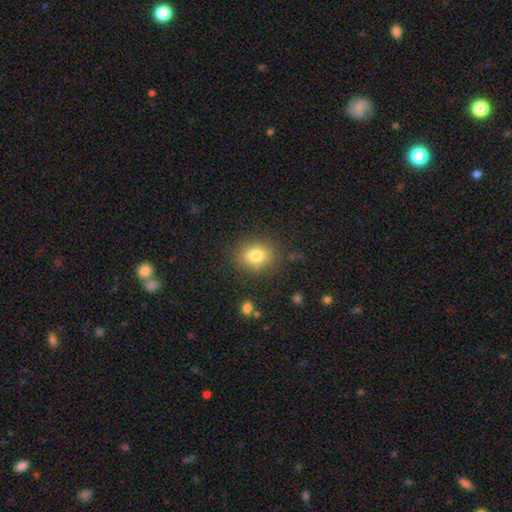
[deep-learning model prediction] Smooth or featured? smooth (80%)
How rounded? round (53%)
Merging? none (81%)